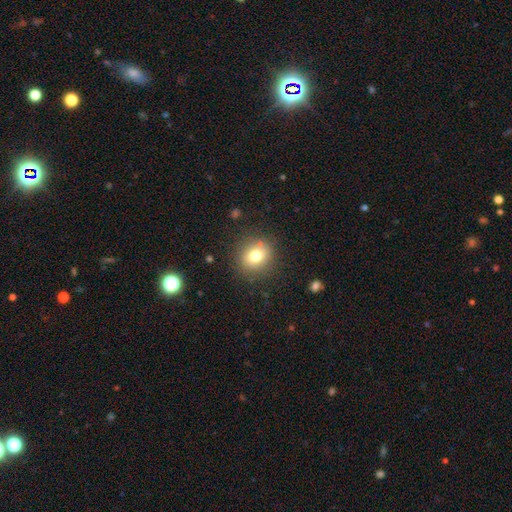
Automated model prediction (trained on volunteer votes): Q: Smooth or featured?
A: smooth (76%); runner-up: star or artifact (12%)
Q: How rounded?
A: round (78%); runner-up: in between (21%)
Q: Merging?
A: none (86%); runner-up: minor disturbance (9%)